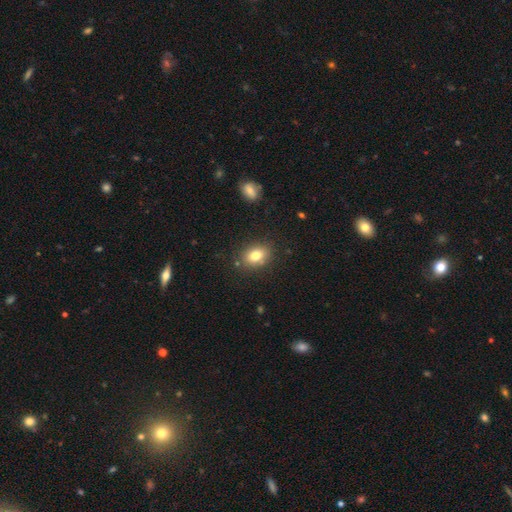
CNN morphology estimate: Smooth or featured? Predicted: smooth (p=0.80). How rounded? Predicted: in between (p=0.66). Merging? Predicted: none (p=0.83).